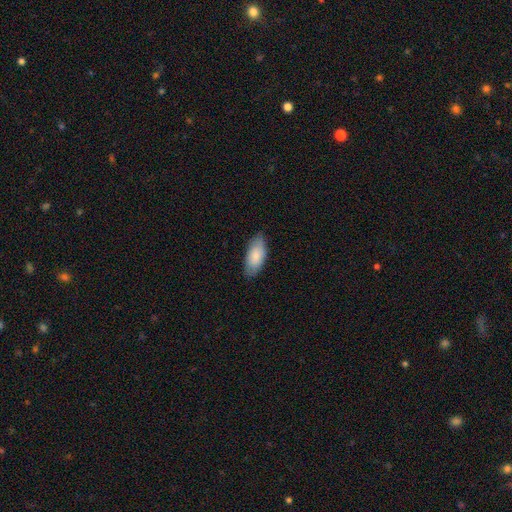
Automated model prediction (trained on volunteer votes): Smooth or featured? Predicted: smooth (p=0.83). How rounded? Predicted: in between (p=0.90). Merging? Predicted: none (p=0.79).